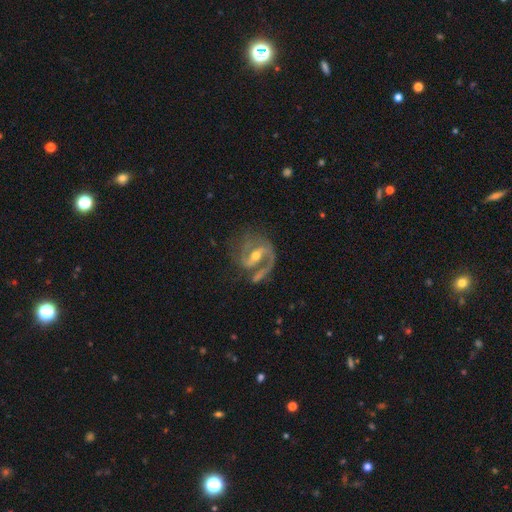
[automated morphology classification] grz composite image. It shows a featured or disk galaxy (89%) with a strong bar (52%), 2 (76%) medium (54%) spiral arms (96%) and a moderate central bulge (59%). Merging: none (58%).